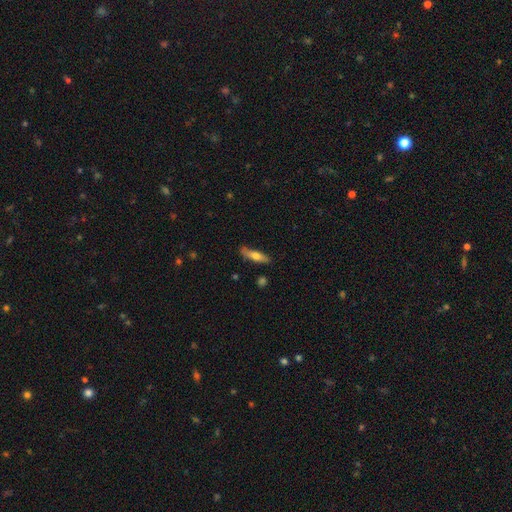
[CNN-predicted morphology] Smooth or featured? Predicted: smooth (p=0.61). How rounded? Predicted: cigar-shaped (p=0.72). Merging? Predicted: none (p=0.74).